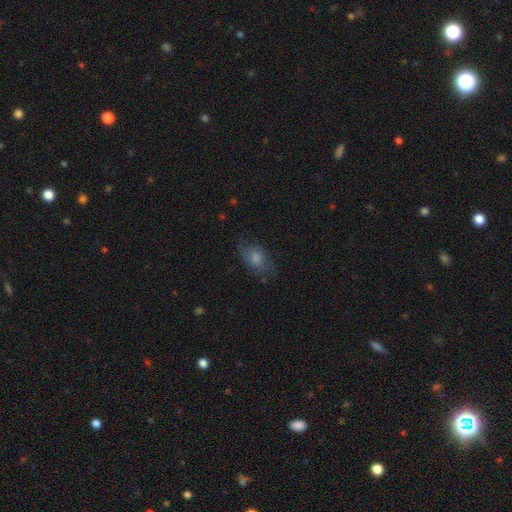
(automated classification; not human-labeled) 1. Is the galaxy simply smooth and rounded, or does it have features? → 57% smooth, 24% featured or disk, 19% star or artifact.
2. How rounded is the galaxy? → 81% in between, 16% round, 3% cigar-shaped.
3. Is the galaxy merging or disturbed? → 76% none, 17% minor disturbance, 6% major disturbance, 1% merger.